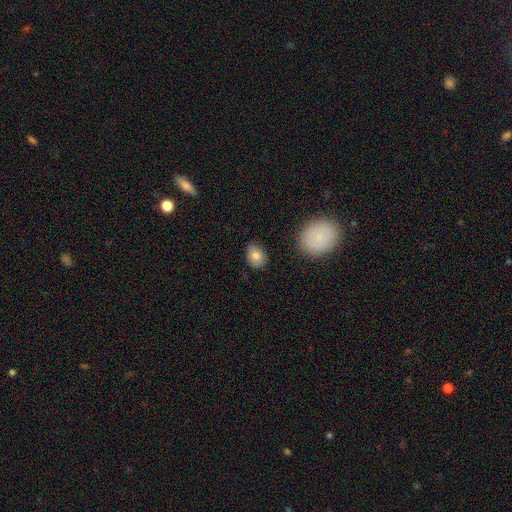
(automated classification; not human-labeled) This is likely a smooth galaxy (80%). How rounded: possibly in between (54%). Merging: clearly none (81%).